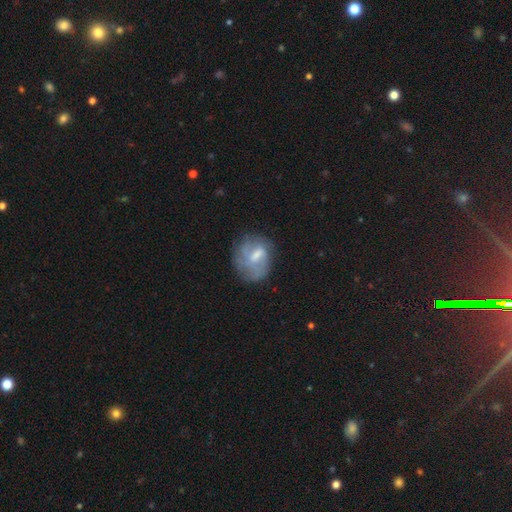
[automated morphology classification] type=featured or disk (54%); edge-on=no (97%); bar=weak (54%); spiral arms=yes (60%); bulge=moderate (40%); merging=none (55%).